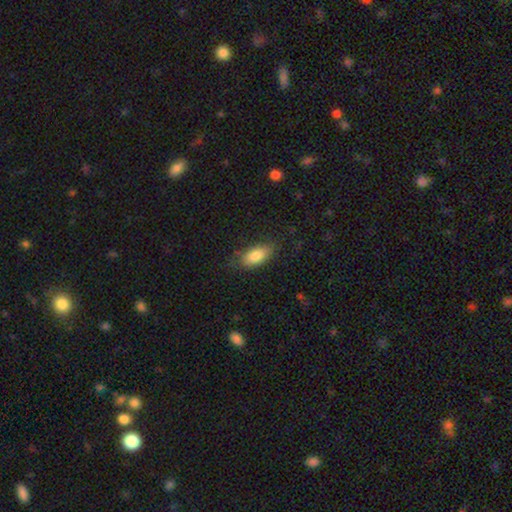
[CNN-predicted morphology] Overall: smooth (83%). How rounded: in between (87%). Merging: none (74%).